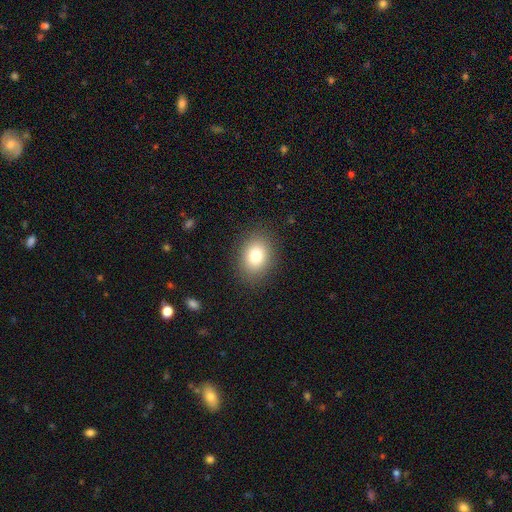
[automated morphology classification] smooth-or-featured: smooth: 79% | star or artifact: 11% | featured or disk: 10%
  how-rounded: in between: 59% | round: 40% | cigar-shaped: 1%
  merging: none: 87% | minor disturbance: 9% | major disturbance: 3% | merger: 1%